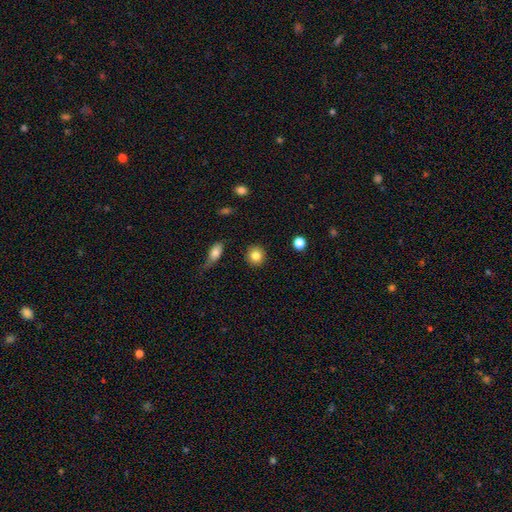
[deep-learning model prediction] This is clearly a smooth galaxy (84%). How rounded: clearly round (89%). Merging: clearly none (90%).